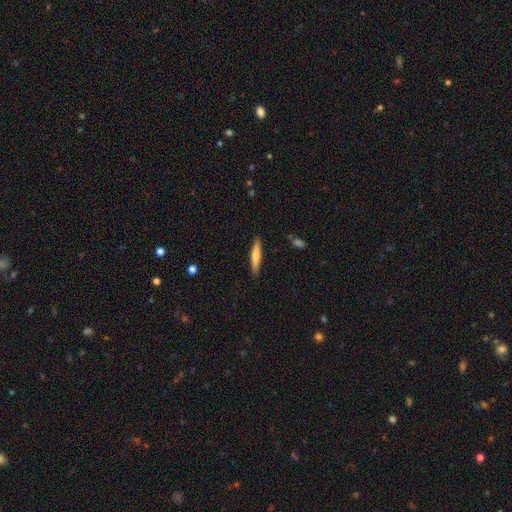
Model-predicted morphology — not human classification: Smooth or featured? smooth (59%)
How rounded? cigar-shaped (89%)
Merging? none (89%)